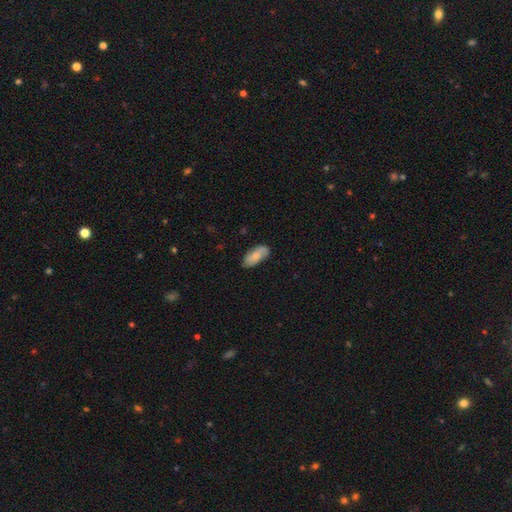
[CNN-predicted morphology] smooth_or_featured: smooth (p=0.70) [alt: featured or disk p=0.23]
how_rounded: in between (p=0.89) [alt: cigar-shaped p=0.08]
merging: none (p=0.75) [alt: minor disturbance p=0.19]